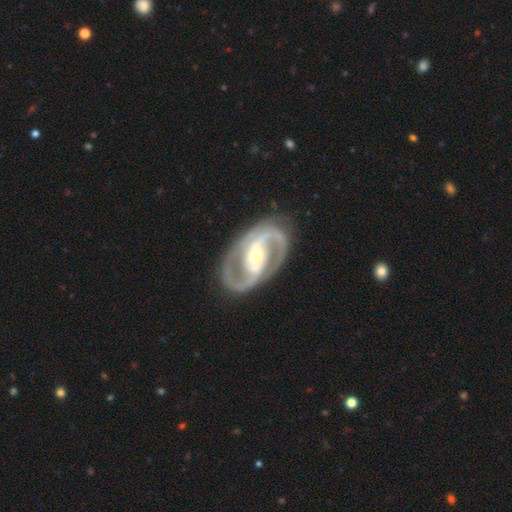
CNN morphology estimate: This is clearly a featured or disk galaxy (91%). It is clearly not viewed edge-on (96%). Bar: marginally strong (38%). Spiral arm pattern: clearly yes (95%). Spiral arm count: clearly 2 (91%). Spiral winding: possibly medium (54%). Central bulge: possibly moderate (50%). Merging: clearly none (83%).